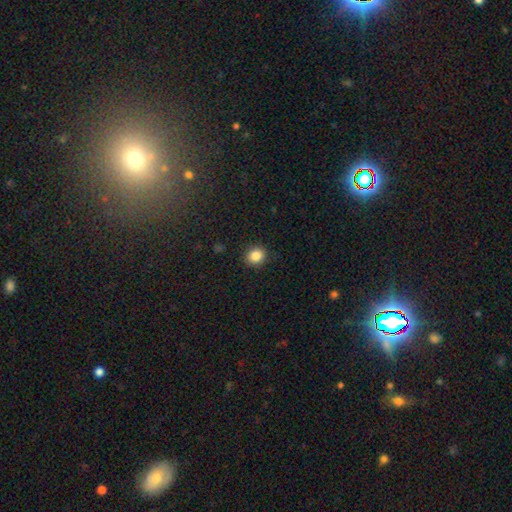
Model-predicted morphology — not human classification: type=smooth (86%); roundness=round (77%); merging=none (90%).